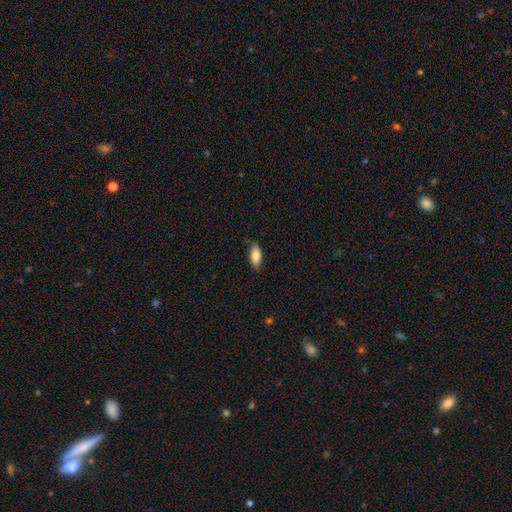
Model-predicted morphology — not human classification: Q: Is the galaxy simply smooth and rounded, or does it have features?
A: smooth — 80%.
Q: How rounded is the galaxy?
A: in between — 83%.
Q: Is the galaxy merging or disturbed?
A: none — 73%.